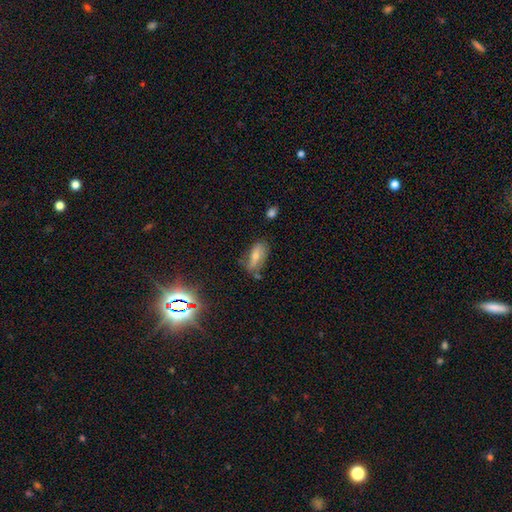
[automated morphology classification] type=smooth (42%); merging=none (58%).